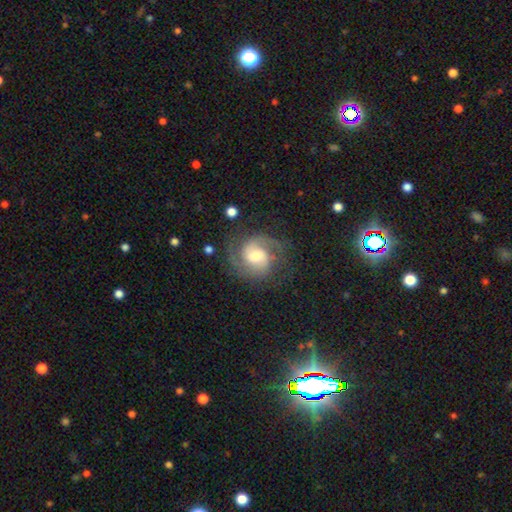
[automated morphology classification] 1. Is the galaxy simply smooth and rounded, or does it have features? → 85% featured or disk, 9% smooth, 6% star or artifact.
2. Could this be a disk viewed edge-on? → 98% no, 2% yes.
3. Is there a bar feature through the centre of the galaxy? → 50% weak, 37% no, 13% strong.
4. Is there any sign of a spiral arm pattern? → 97% yes, 3% no.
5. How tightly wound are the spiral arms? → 51% medium, 38% tight, 11% loose.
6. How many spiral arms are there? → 82% 2, 7% 3, 6% can't tell, 3% 1, 2% 4, 2% more than 4.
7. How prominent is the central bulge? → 56% moderate, 23% small, 16% large, 3% none, 2% dominant.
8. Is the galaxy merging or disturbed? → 75% none, 15% minor disturbance, 8% major disturbance, 1% merger.